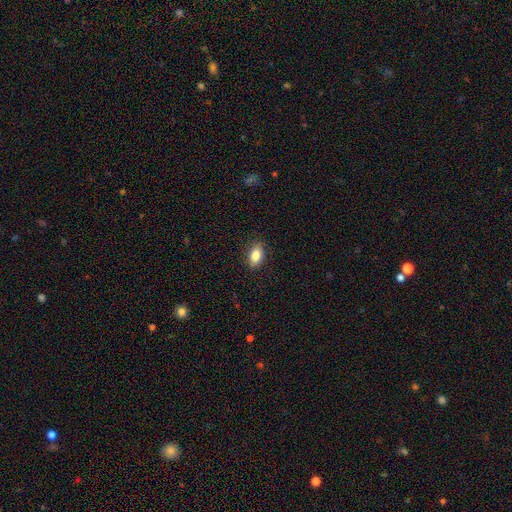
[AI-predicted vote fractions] The model was most divided on "merging": none: 87%, minor disturbance: 10%, major disturbance: 2%, merger: 1%. More confident: how rounded — in between (88%); smooth or featured — smooth (85%).